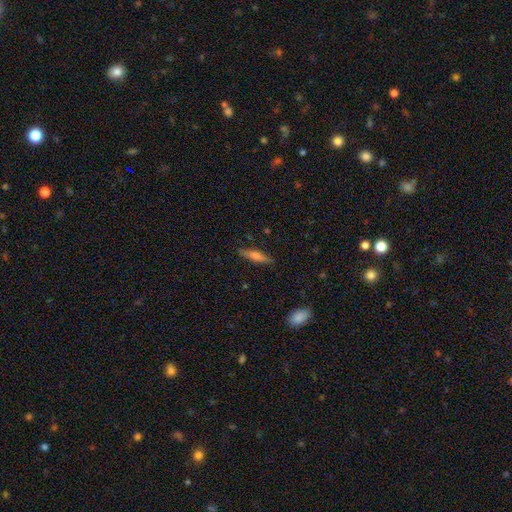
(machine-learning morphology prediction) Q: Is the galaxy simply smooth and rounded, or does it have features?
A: smooth — 51%.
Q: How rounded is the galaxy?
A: cigar-shaped — 81%.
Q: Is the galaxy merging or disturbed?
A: none — 88%.